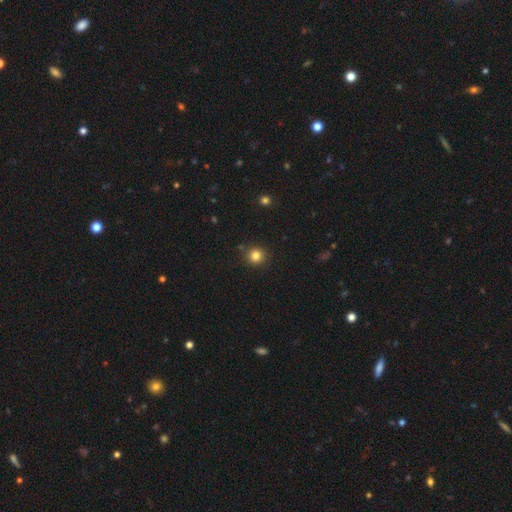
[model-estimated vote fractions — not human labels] smooth-or-featured: smooth: 82% | star or artifact: 12% | featured or disk: 5%
  how-rounded: round: 93% | in between: 6% | cigar-shaped: 1%
  merging: none: 89% | minor disturbance: 7% | merger: 3% | major disturbance: 2%